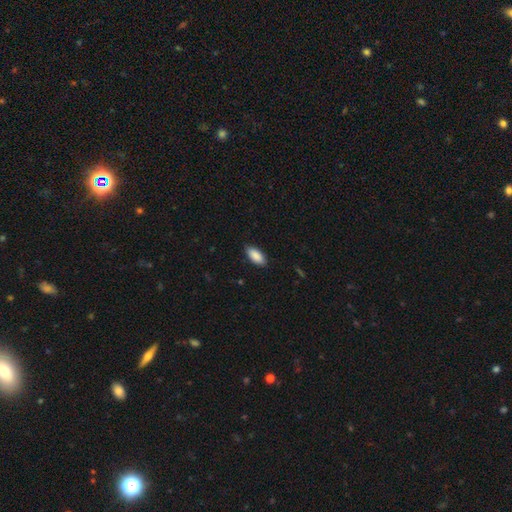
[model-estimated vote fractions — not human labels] smooth_or_featured: smooth (p=0.90) [alt: star or artifact p=0.06]
how_rounded: in between (p=0.90) [alt: cigar-shaped p=0.09]
merging: none (p=0.87) [alt: minor disturbance p=0.10]